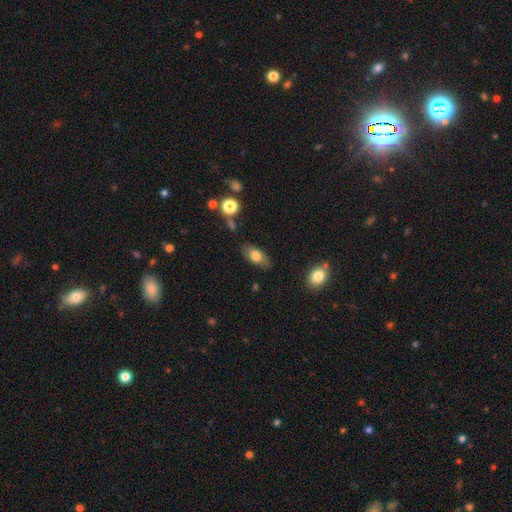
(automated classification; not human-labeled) smooth-or-featured: smooth: 74% | featured or disk: 19% | star or artifact: 7%
  how-rounded: in between: 88% | cigar-shaped: 6% | round: 5%
  merging: none: 78% | minor disturbance: 15% | major disturbance: 4% | merger: 3%